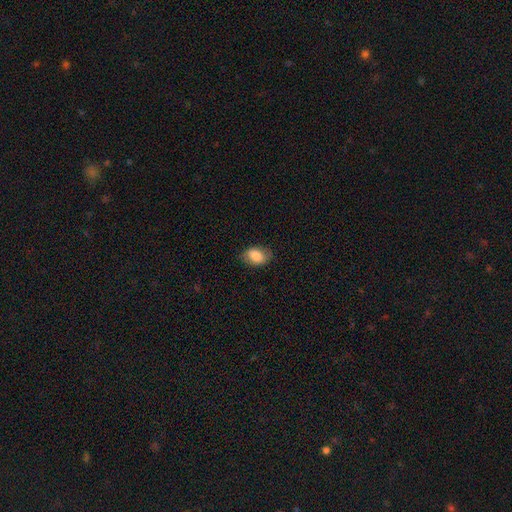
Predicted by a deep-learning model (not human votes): smooth-or-featured: smooth: 80% | featured or disk: 13% | star or artifact: 7%
  how-rounded: in between: 84% | round: 15% | cigar-shaped: 1%
  merging: none: 77% | minor disturbance: 18% | major disturbance: 5% | merger: 1%